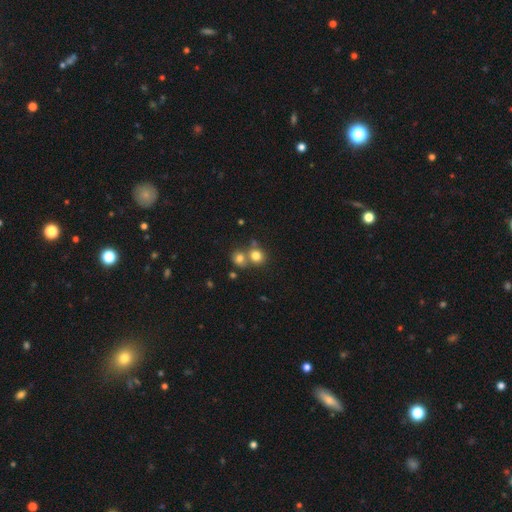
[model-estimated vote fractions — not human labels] The model was most divided on "merging": none: 47%, merger: 43%, minor disturbance: 7%, major disturbance: 3%. More confident: how rounded — round (82%); smooth or featured — smooth (78%).